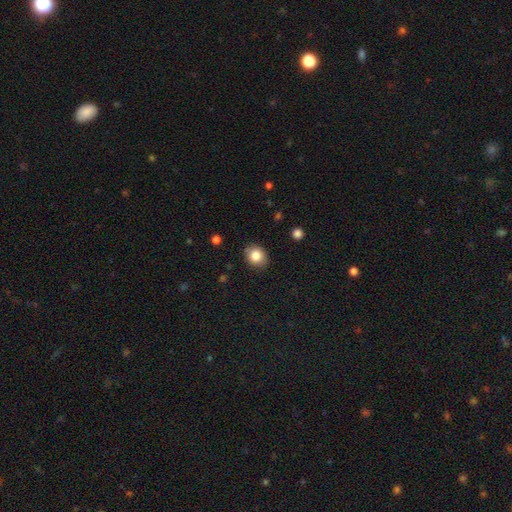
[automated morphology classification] Overall: smooth (83%). How rounded: round (62%; in between 37%). Merging: none (87%).